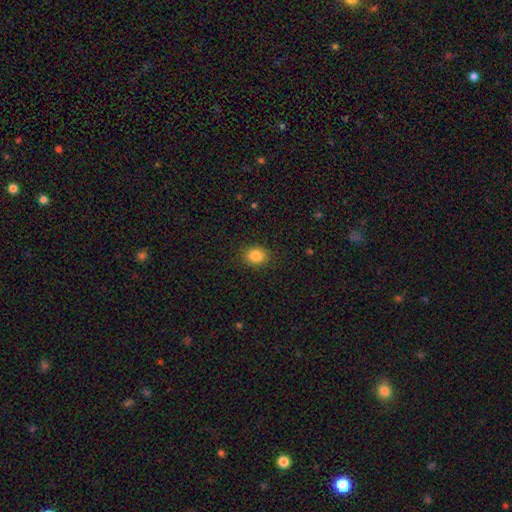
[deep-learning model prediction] smooth_or_featured: smooth (p=0.85) [alt: star or artifact p=0.10]
how_rounded: round (p=0.60) [alt: in between p=0.39]
merging: none (p=0.89) [alt: minor disturbance p=0.08]